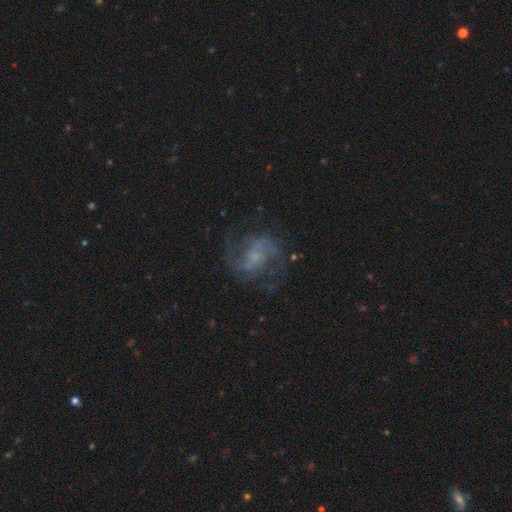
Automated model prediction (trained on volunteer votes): smooth_or_featured: featured or disk (p=0.81) [alt: smooth p=0.10]
disk_edge_on: no (p=0.98) [alt: yes p=0.02]
bar: weak (p=0.47) [alt: no p=0.39]
has_spiral_arms: yes (p=0.93) [alt: no p=0.07]
spiral_winding: medium (p=0.52) [alt: loose p=0.34]
spiral_arm_count: 2 (p=0.81) [alt: can't tell p=0.08]
bulge_size: small (p=0.42) [alt: none p=0.34]
merging: none (p=0.69) [alt: minor disturbance p=0.16]